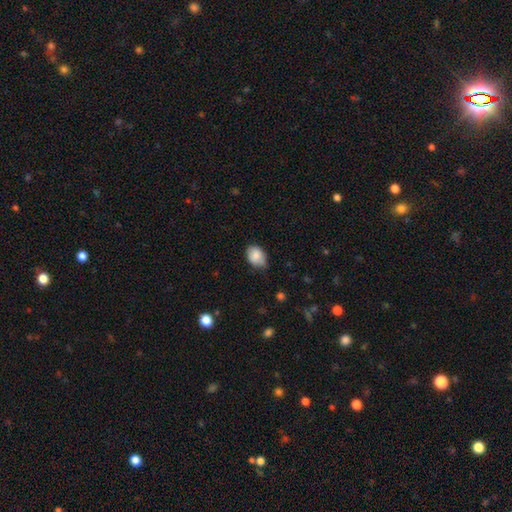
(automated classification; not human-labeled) Smooth or featured? Predicted: smooth (p=0.85). How rounded? Predicted: in between (p=0.64). Merging? Predicted: none (p=0.55).